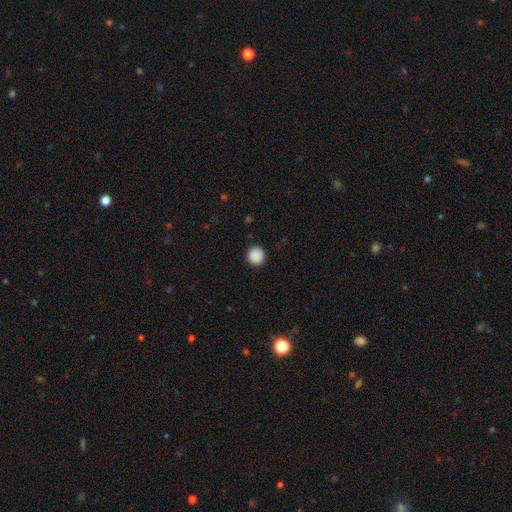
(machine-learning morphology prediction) Smooth or featured? smooth (89%)
How rounded? round (95%)
Merging? none (92%)